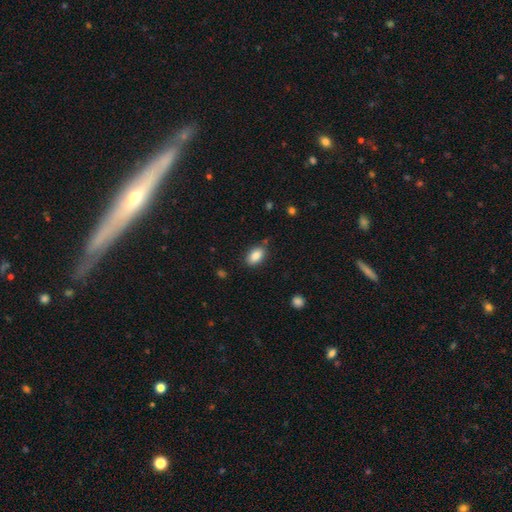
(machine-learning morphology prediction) Smooth or featured?
  - smooth: 87% *
  - star or artifact: 8%
  - featured or disk: 5%
How rounded?
  - in between: 91% *
  - round: 7%
  - cigar-shaped: 2%
Merging?
  - none: 82% *
  - minor disturbance: 13%
  - major disturbance: 3%
  - merger: 3%